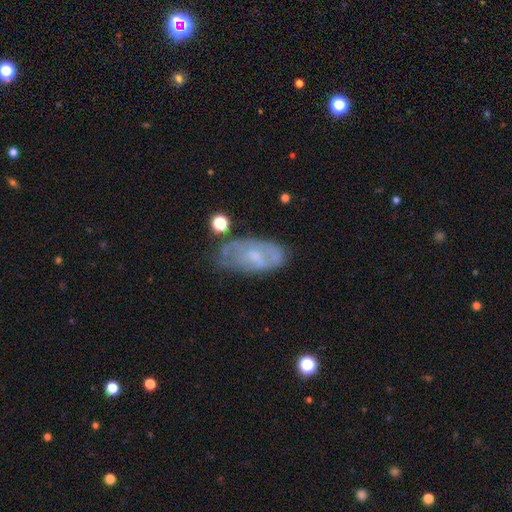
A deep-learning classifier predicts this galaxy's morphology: Smooth or featured? Predicted: featured or disk (p=0.50). Edge-on disk? Predicted: no (p=0.91). Merging? Predicted: none (p=0.51).